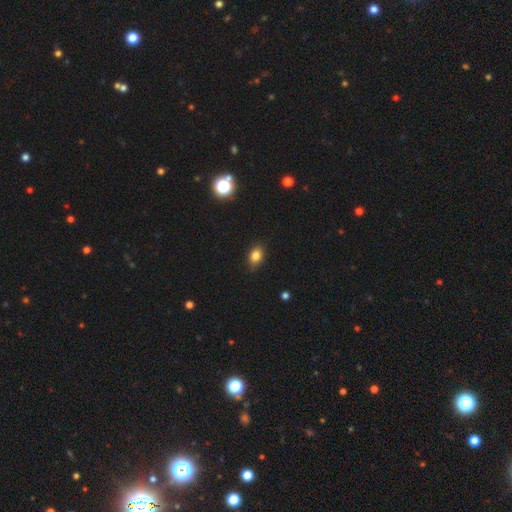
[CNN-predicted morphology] smooth 82%, star or artifact 12%, featured or disk 6%. Down the decision tree: how rounded — in between (67%); merging — none (84%).